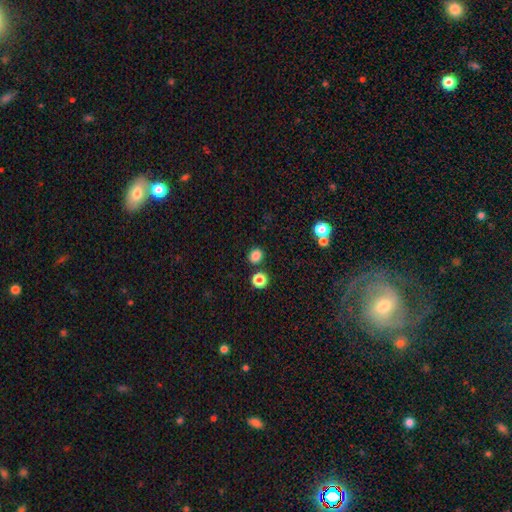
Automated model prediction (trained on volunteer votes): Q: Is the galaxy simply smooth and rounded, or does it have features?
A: smooth — 83%.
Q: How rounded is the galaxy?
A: round — 69%.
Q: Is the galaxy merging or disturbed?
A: none — 83%.